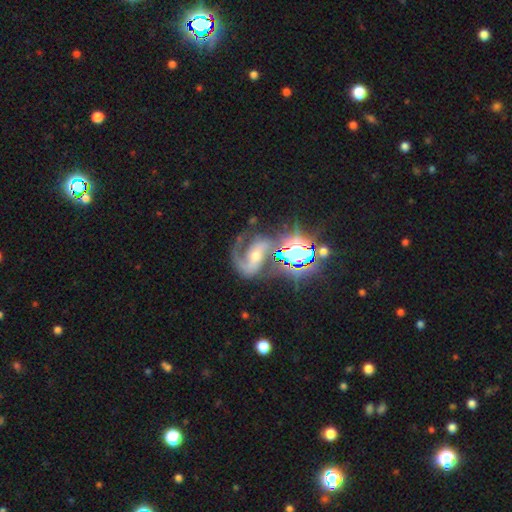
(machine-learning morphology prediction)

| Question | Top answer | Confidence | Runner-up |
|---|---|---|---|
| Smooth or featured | featured or disk | 77% | star or artifact (15%) |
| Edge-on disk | no | 97% | yes (3%) |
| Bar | strong | 35% | weak (33%) |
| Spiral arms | yes | 95% | no (5%) |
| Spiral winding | medium | 51% | loose (34%) |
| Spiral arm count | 2 | 76% | 1 (17%) |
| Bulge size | moderate | 55% | small (35%) |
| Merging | none | 50% | major disturbance (20%) |